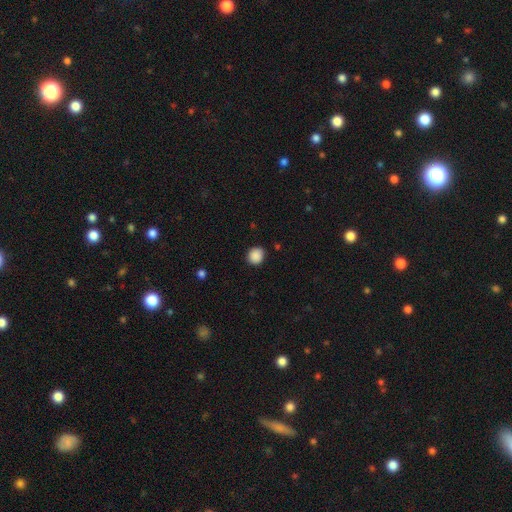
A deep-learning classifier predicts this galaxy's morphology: Overall: smooth (89%). How rounded: round (85%). Merging: none (88%).